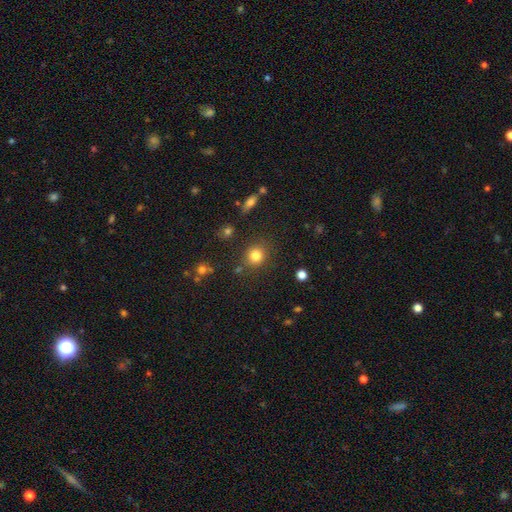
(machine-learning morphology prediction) A smooth galaxy with no disk features (81%) that is round (85%).

Vote fractions:
- Smooth or featured? smooth: 81% / star or artifact: 13% / featured or disk: 7%
- How rounded? round: 85% / in between: 13% / cigar-shaped: 1%
- Merging? none: 82% / minor disturbance: 10% / merger: 5% / major disturbance: 4%